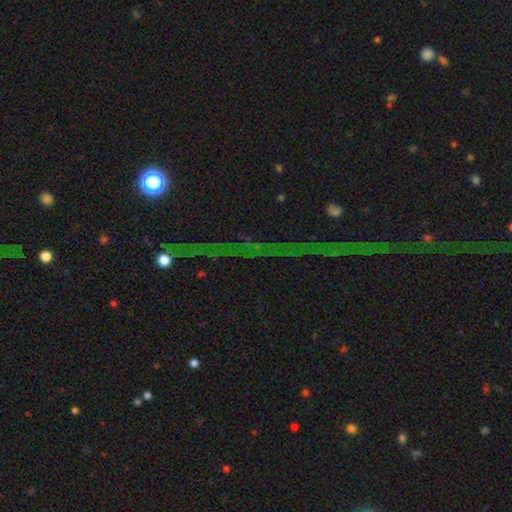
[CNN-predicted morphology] Overall: star or artifact (76%).